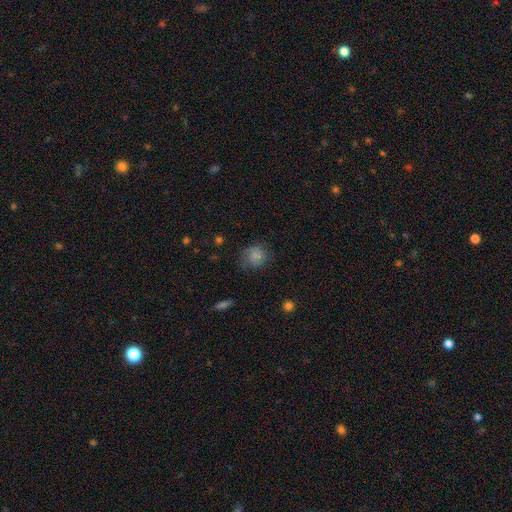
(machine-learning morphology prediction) Smooth or featured? smooth (77%)
How rounded? round (80%)
Merging? none (66%)